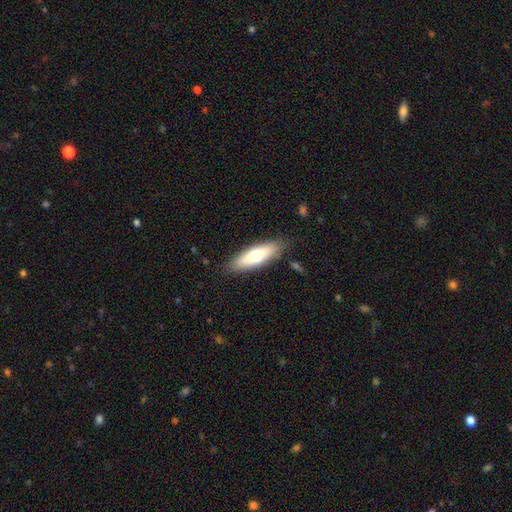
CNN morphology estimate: Smooth or featured? Predicted: smooth (p=0.65). How rounded? Predicted: in between (p=0.52). Merging? Predicted: none (p=0.83).